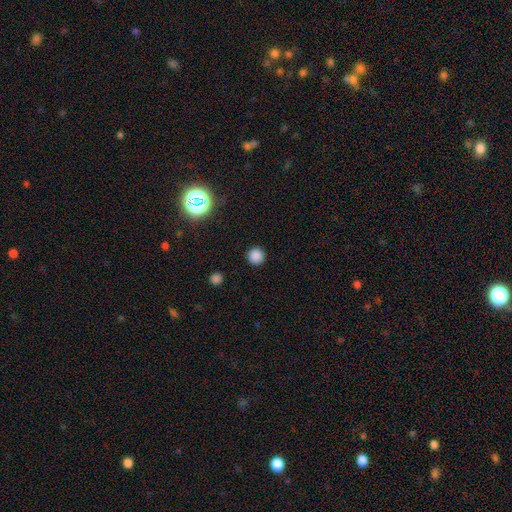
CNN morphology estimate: This appears to be a smooth galaxy with no disk features (83%) that is round (95%). Merging: none (91%).